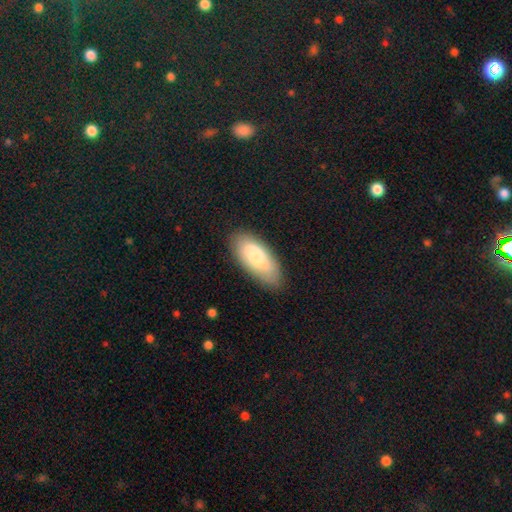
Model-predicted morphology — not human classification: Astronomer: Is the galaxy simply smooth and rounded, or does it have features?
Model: smooth — 74%.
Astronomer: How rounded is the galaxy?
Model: in between — 86%.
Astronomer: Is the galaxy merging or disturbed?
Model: none — 76%.